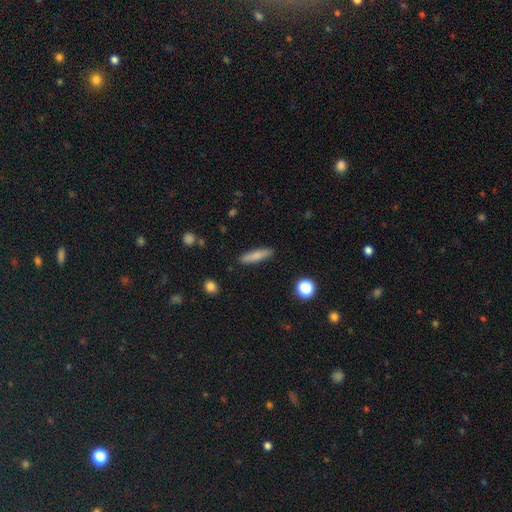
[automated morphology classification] Smooth or featured? Predicted: smooth (p=0.79). How rounded? Predicted: cigar-shaped (p=0.78). Merging? Predicted: none (p=0.88).